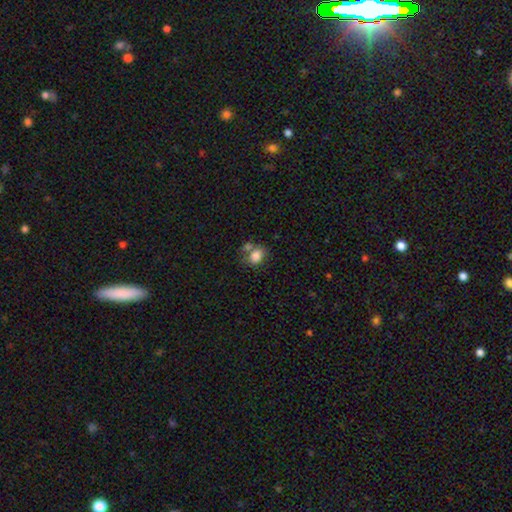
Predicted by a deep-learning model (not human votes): This appears to be a smooth galaxy with no disk features (80%) that is in between round and cigar-shaped (66%). Merging: none (43%).